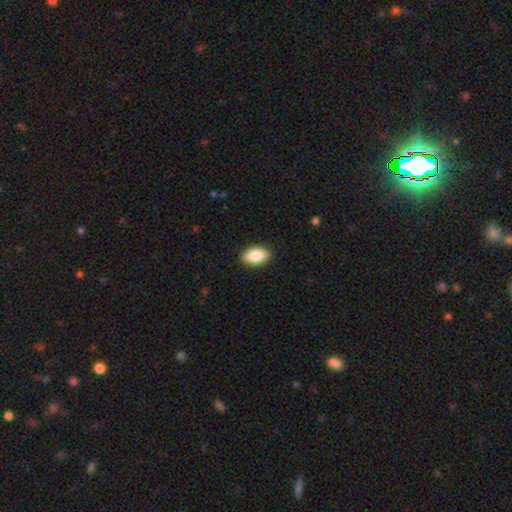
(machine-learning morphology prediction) A smooth galaxy with no disk features (84%) that is in between round and cigar-shaped (90%). Merging: none (89%).